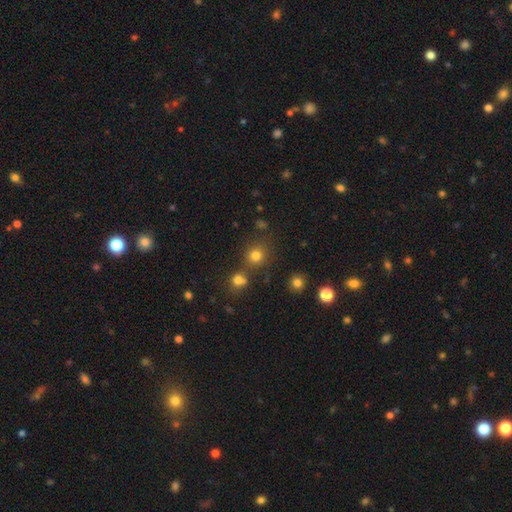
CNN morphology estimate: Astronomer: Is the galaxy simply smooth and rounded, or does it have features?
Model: smooth — 77%.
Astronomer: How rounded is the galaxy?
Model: round — 88%.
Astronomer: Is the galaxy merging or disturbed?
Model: none — 73%.